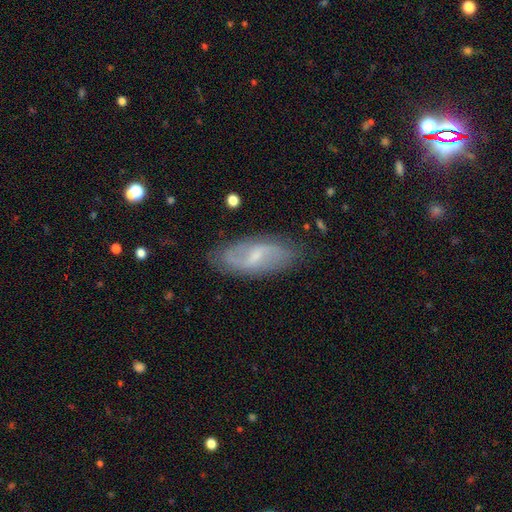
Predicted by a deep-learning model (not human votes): This appears to be a featured or disk galaxy (70%) with a weak bar (59%), 2 (83%) loose (55%) spiral arms (87%) and a small central bulge (57%). Merging: none (78%).